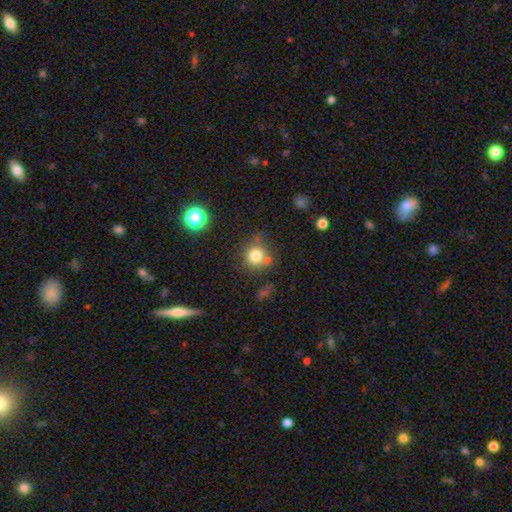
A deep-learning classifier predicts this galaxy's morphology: type=smooth (78%); roundness=round (89%); merging=none (64%).